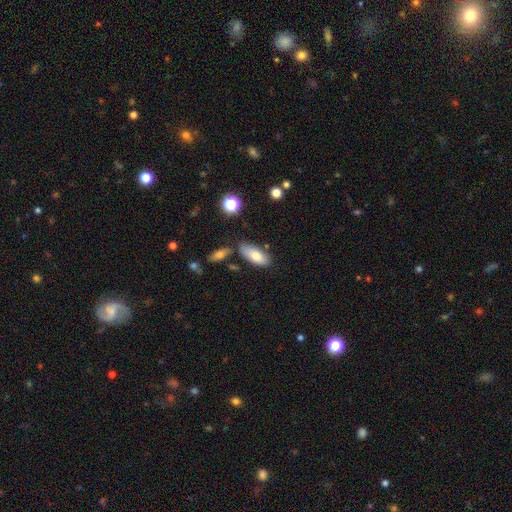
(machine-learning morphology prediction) Q: Smooth or featured?
A: smooth (79%); runner-up: featured or disk (14%)
Q: How rounded?
A: in between (83%); runner-up: cigar-shaped (14%)
Q: Merging?
A: none (70%); runner-up: minor disturbance (17%)